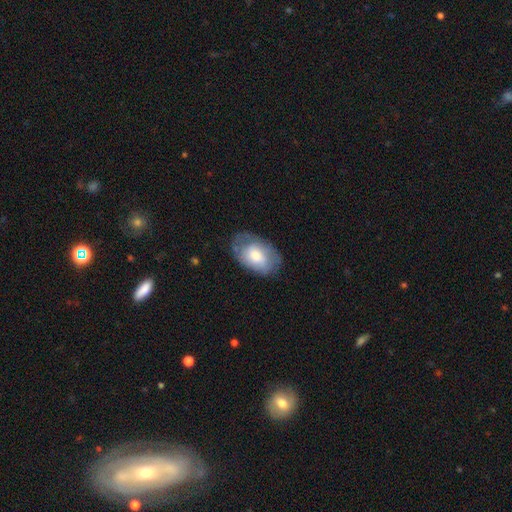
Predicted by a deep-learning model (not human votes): Q: Smooth or featured?
A: smooth (62%); runner-up: featured or disk (32%)
Q: How rounded?
A: in between (89%); runner-up: round (10%)
Q: Merging?
A: none (64%); runner-up: minor disturbance (25%)